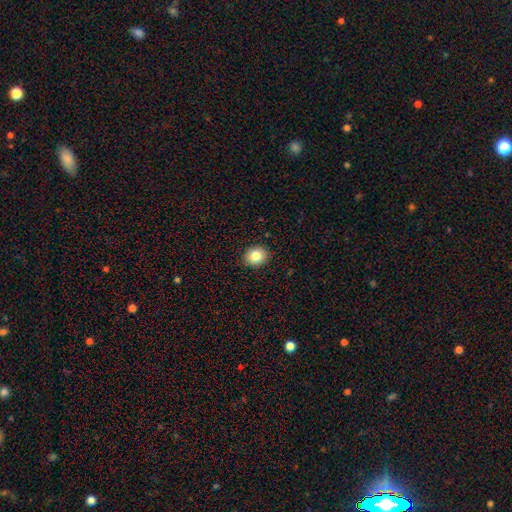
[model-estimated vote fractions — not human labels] Smooth or featured: smooth — 83% (star or artifact — 10%)
How rounded: round — 67% (in between — 32%)
Merging: none — 91% (minor disturbance — 7%)